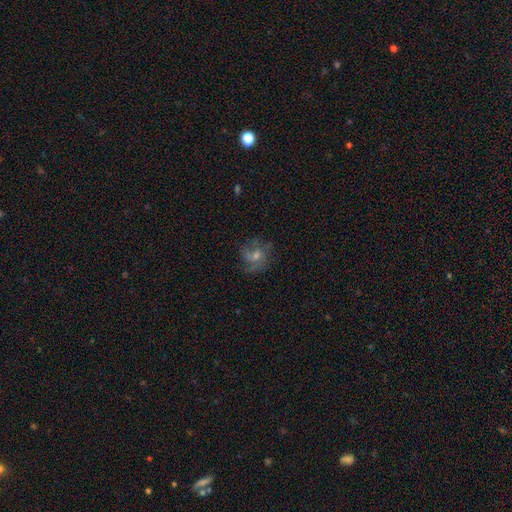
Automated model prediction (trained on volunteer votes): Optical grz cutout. It shows a featured or disk galaxy (57%) with no bar (68%), spiral arms (77%) and a moderate central bulge (49%). Merging: none (65%).